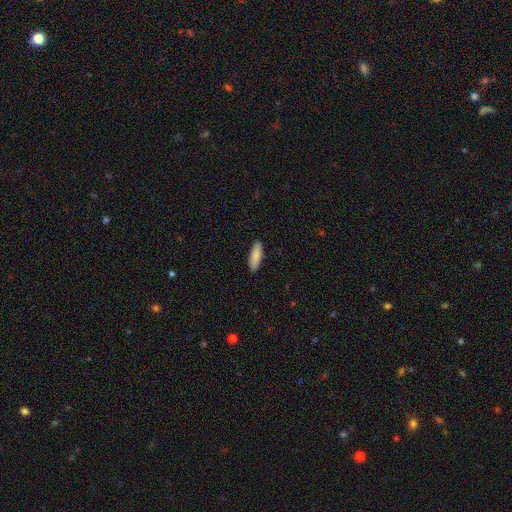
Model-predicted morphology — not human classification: A smooth galaxy with no disk features (87%) that is in between round and cigar-shaped (57%). Merging: none (90%).